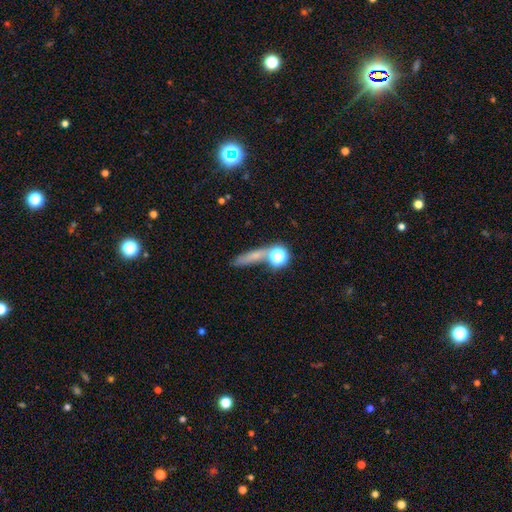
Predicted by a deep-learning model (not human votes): Smooth or featured? Predicted: smooth (p=0.54). How rounded? Predicted: cigar-shaped (p=0.63). Merging? Predicted: none (p=0.64).